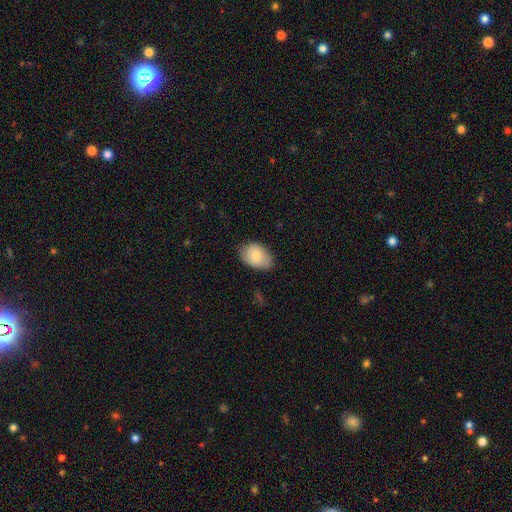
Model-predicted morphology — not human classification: The model was most divided on "merging": none: 76%, minor disturbance: 19%, major disturbance: 3%, merger: 1%. More confident: how rounded — in between (84%); smooth or featured — smooth (81%).